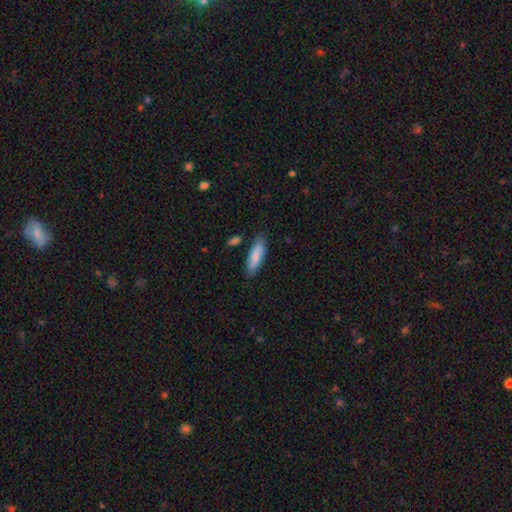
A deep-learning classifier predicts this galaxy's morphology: smooth 80%, featured or disk 14%, star or artifact 6%. Down the decision tree: how rounded — cigar-shaped (50%); merging — none (78%).